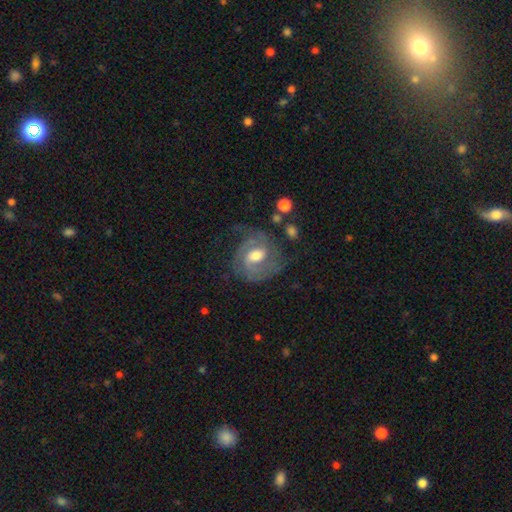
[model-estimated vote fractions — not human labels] Smooth or featured?
  - featured or disk: 85% *
  - smooth: 9%
  - star or artifact: 5%
Edge-on disk?
  - no: 98% *
  - yes: 2%
Bar?
  - weak: 50% *
  - no: 35%
  - strong: 14%
Spiral arms?
  - yes: 95% *
  - no: 5%
Spiral winding?
  - tight: 45% *
  - medium: 43%
  - loose: 12%
Spiral arm count?
  - 2: 57% *
  - 3: 16%
  - can't tell: 15%
  - 1: 5%
  - 4: 4%
  - more than 4: 4%
Bulge size?
  - moderate: 70% *
  - large: 15%
  - small: 12%
  - none: 1%
  - dominant: 1%
Merging?
  - none: 65% *
  - minor disturbance: 19%
  - major disturbance: 14%
  - merger: 2%